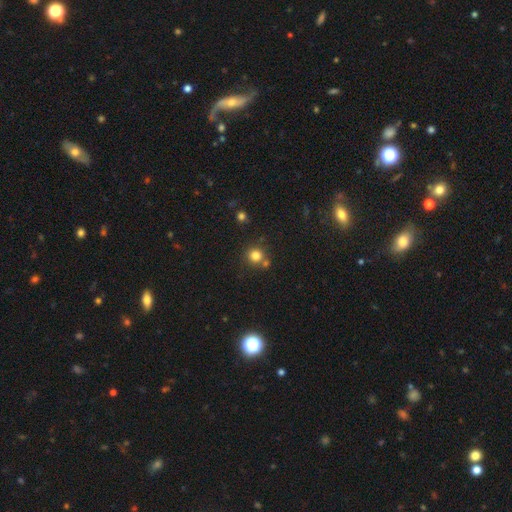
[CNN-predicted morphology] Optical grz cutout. It shows a smooth galaxy with no disk features (80%) that is round (92%). Merging: none (71%).